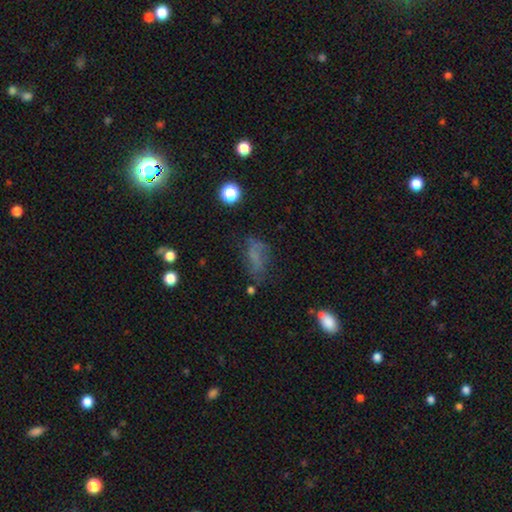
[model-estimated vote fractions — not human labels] The model was most divided on "merging": none: 52%, minor disturbance: 25%, major disturbance: 19%, merger: 4%. More confident: how rounded — in between (76%); smooth or featured — smooth (56%).